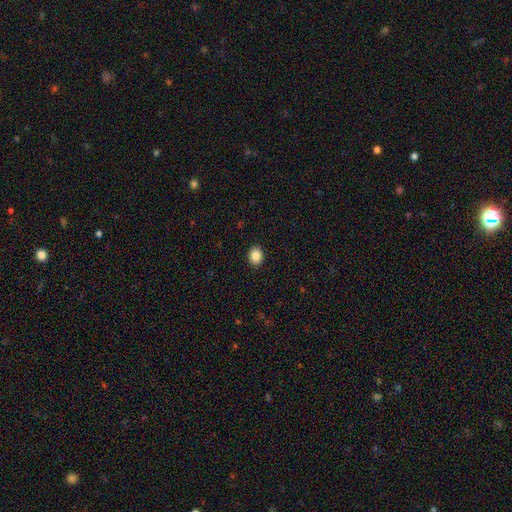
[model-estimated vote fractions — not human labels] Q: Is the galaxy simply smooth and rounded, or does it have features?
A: smooth — 86%.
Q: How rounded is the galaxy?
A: round — 52%.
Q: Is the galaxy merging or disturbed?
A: none — 91%.